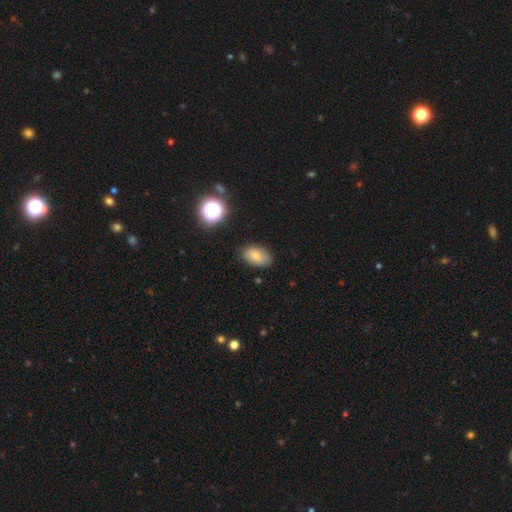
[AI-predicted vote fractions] This appears to be a smooth galaxy with no disk features (75%) that is in between round and cigar-shaped (90%). Merging: none (81%).